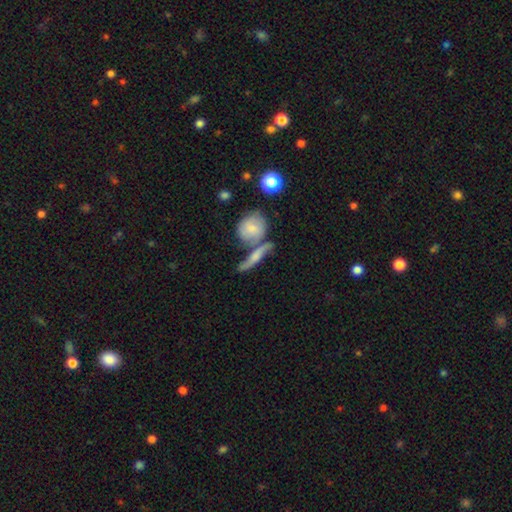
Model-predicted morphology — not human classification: Smooth or featured? Predicted: featured or disk (p=0.49). Merging? Predicted: none (p=0.48).